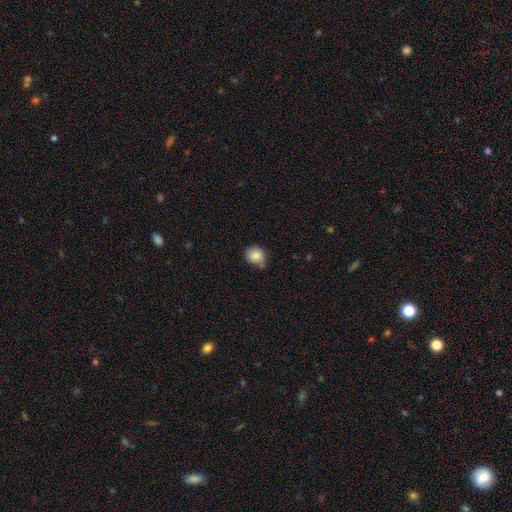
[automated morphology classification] This appears to be a smooth galaxy with no disk features (86%) that is round (77%). Merging: none (62%).